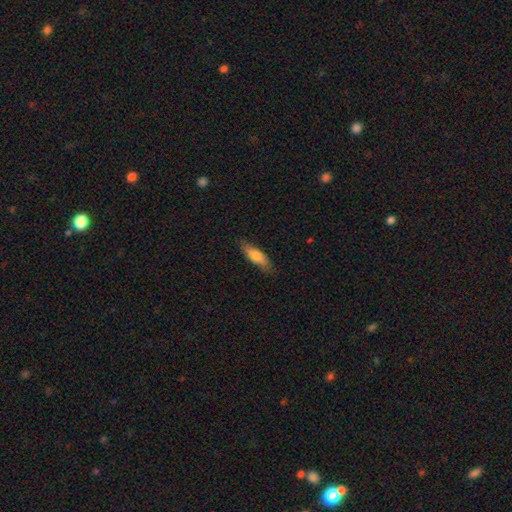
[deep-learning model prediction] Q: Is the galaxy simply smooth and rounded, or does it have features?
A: smooth — 74%.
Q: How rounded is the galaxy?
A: in between — 51%.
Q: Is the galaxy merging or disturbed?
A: none — 79%.